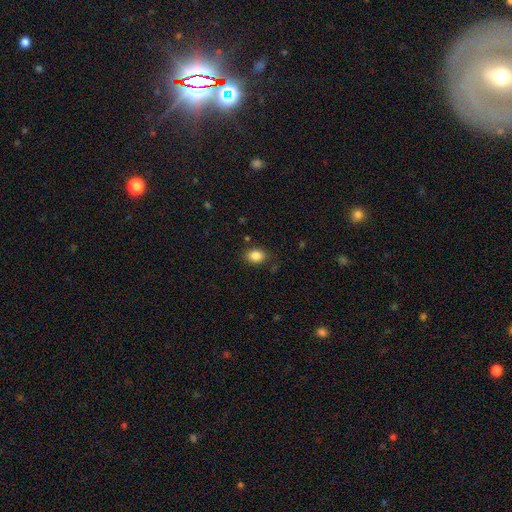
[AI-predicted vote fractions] Overall: smooth (86%). How rounded: in between (71%). Merging: none (83%).